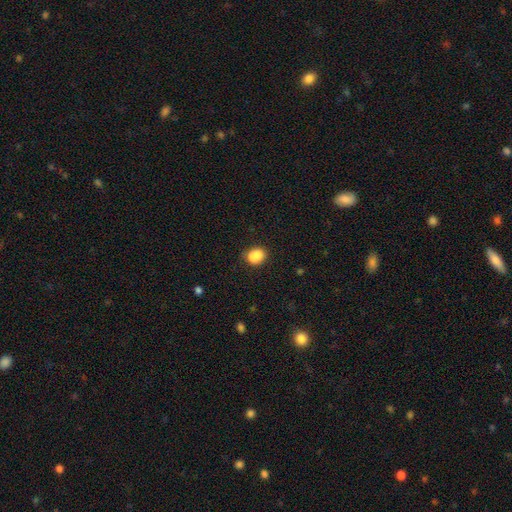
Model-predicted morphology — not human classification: Overall: smooth (84%). How rounded: round (52%; in between 47%). Merging: none (64%).